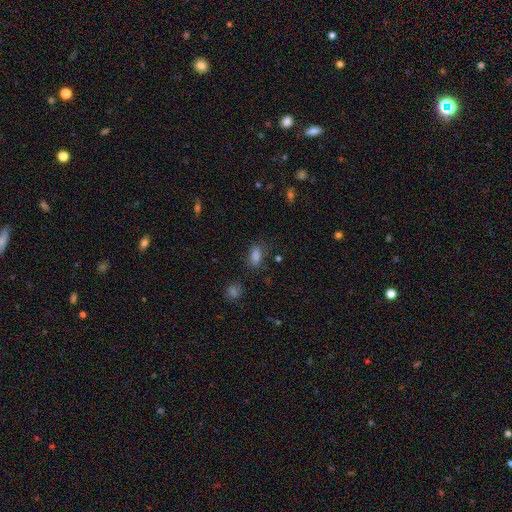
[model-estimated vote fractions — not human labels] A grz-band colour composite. It shows a smooth galaxy with no disk features (76%) that is in between round and cigar-shaped (83%). Merging: none (73%).